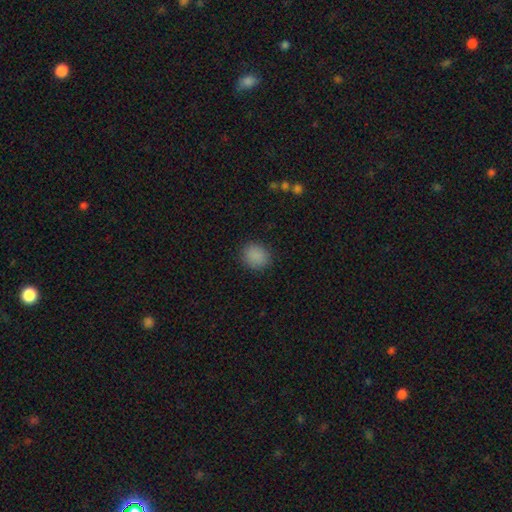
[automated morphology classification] Smooth or featured?
  - smooth: 87% *
  - star or artifact: 10%
  - featured or disk: 3%
How rounded?
  - round: 75% *
  - in between: 24%
  - cigar-shaped: 1%
Merging?
  - none: 88% *
  - minor disturbance: 8%
  - major disturbance: 2%
  - merger: 1%